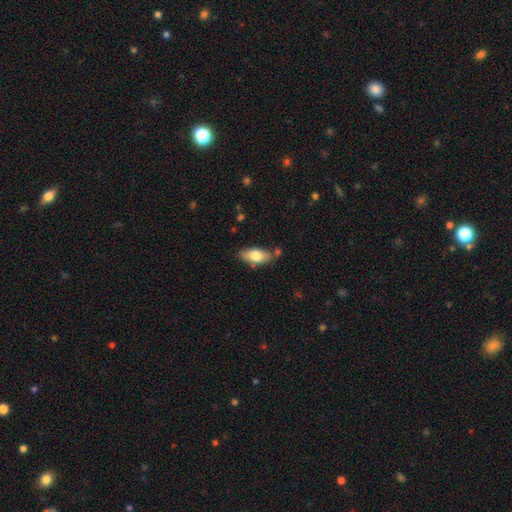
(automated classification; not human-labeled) Smooth or featured?
  - smooth: 76% *
  - featured or disk: 18%
  - star or artifact: 6%
How rounded?
  - in between: 87% *
  - cigar-shaped: 10%
  - round: 3%
Merging?
  - none: 73% *
  - minor disturbance: 17%
  - merger: 6%
  - major disturbance: 3%